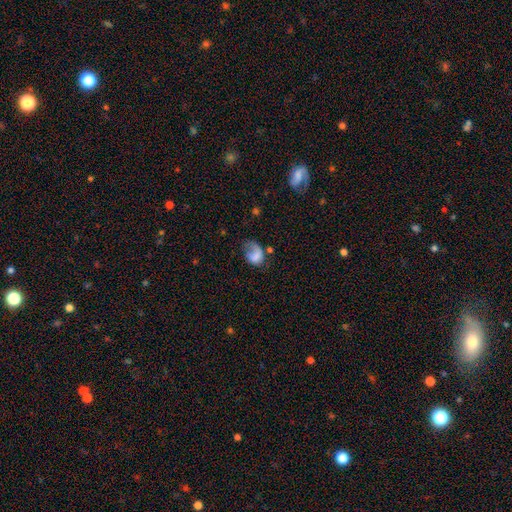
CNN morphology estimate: This appears to be a smooth galaxy with no disk features (61%) that is in between round and cigar-shaped (72%). Merging: major disturbance (46%).